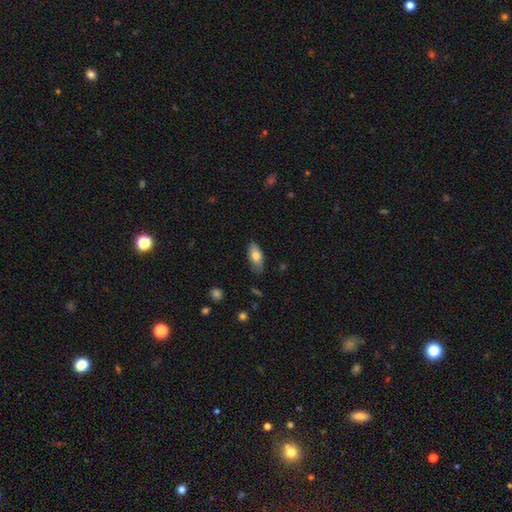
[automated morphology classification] This is likely a smooth galaxy (76%). How rounded: clearly in between (86%). Merging: likely none (78%).